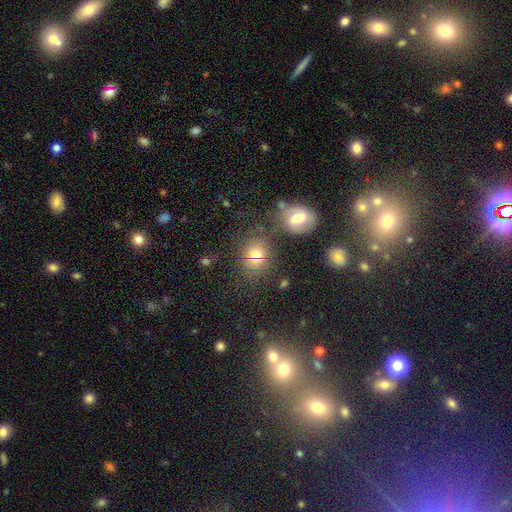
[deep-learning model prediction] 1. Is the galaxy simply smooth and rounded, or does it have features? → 64% smooth, 22% star or artifact, 14% featured or disk.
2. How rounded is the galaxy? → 50% in between, 48% round, 2% cigar-shaped.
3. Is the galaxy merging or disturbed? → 68% none, 14% minor disturbance, 12% merger, 7% major disturbance.